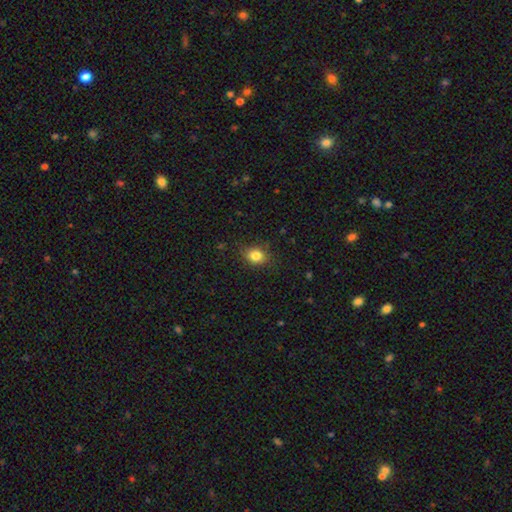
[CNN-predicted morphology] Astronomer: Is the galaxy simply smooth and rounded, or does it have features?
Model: smooth — 83%.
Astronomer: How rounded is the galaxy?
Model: round — 55% (runner-up: in between, 44%).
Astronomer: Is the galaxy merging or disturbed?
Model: none — 82%.